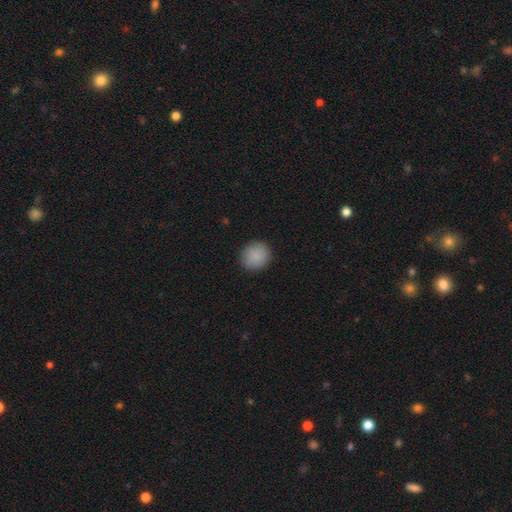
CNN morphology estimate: smooth 89%, star or artifact 7%, featured or disk 4%. Down the decision tree: how rounded — round (88%); merging — none (89%).